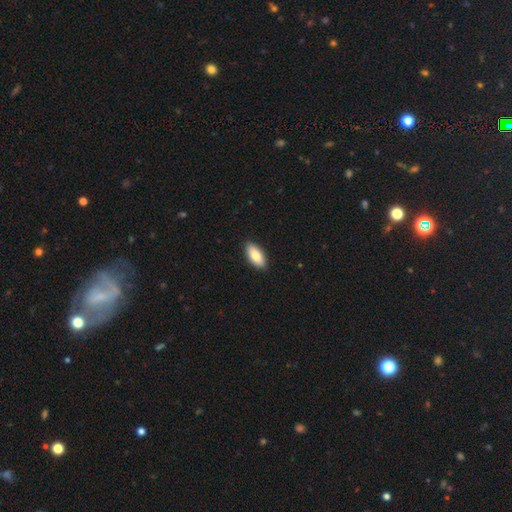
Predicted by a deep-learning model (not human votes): Overall: smooth (84%). How rounded: in between (89%). Merging: none (90%).